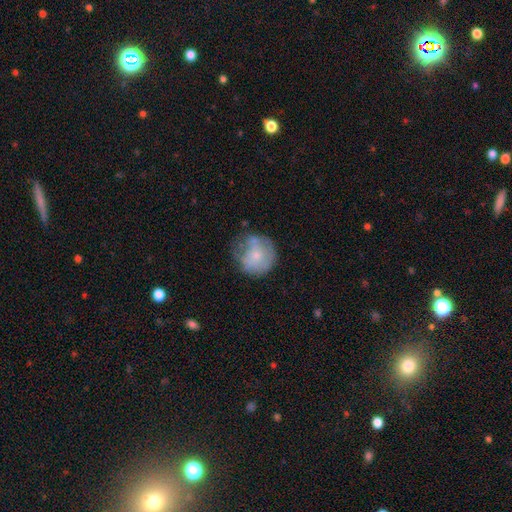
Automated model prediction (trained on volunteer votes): Smooth or featured? smooth (60%)
How rounded? round (86%)
Merging? none (49%)